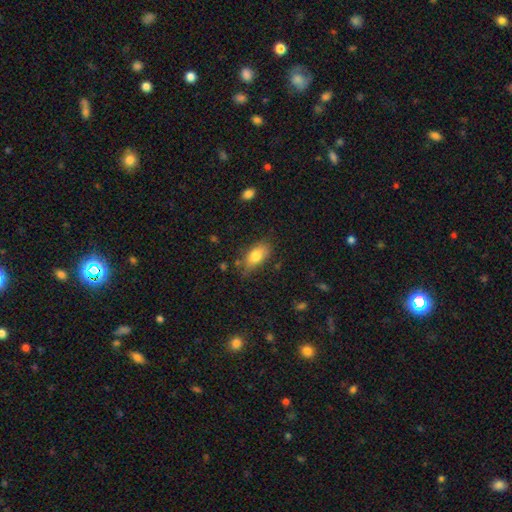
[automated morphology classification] Smooth or featured? Predicted: smooth (p=0.80). How rounded? Predicted: in between (p=0.89). Merging? Predicted: none (p=0.74).